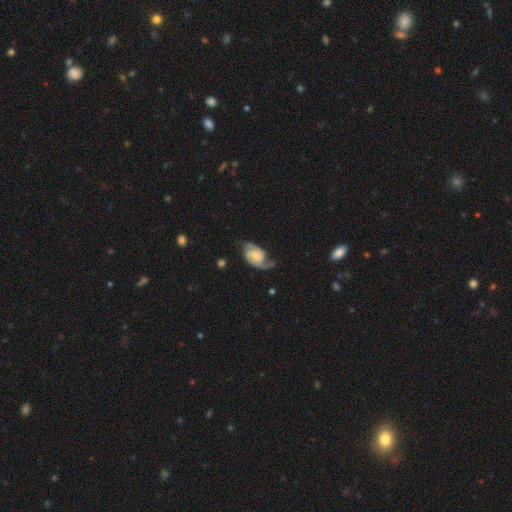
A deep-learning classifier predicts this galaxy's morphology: This appears to be a featured or disk galaxy (82%) with no bar (59%), 2 (85%) medium (45%) spiral arms (96%) and a small central bulge (52%). Merging: none (61%).